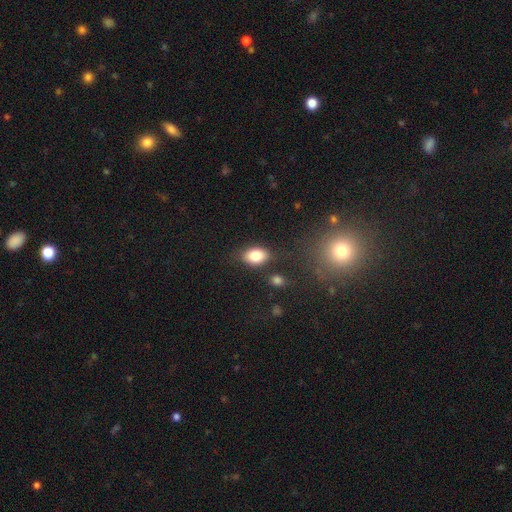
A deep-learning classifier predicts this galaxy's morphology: Overall: smooth (83%). How rounded: in between (85%). Merging: none (77%).